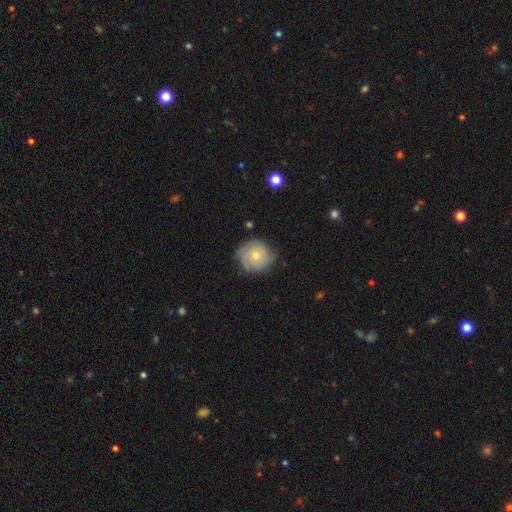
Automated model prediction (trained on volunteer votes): This is possibly a featured or disk galaxy (48%). Merging: likely none (71%).